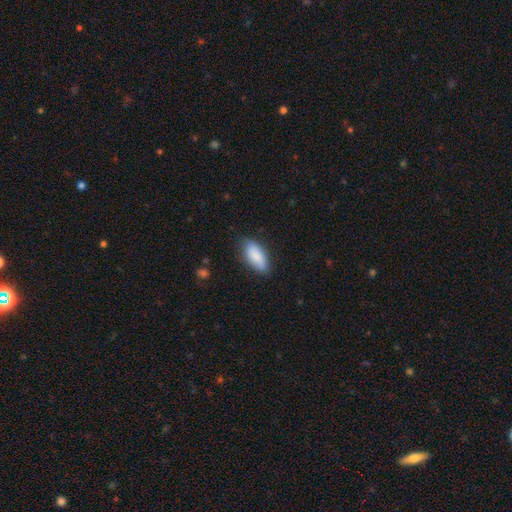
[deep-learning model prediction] Smooth or featured? Predicted: smooth (p=0.85). How rounded? Predicted: in between (p=0.87). Merging? Predicted: none (p=0.76).